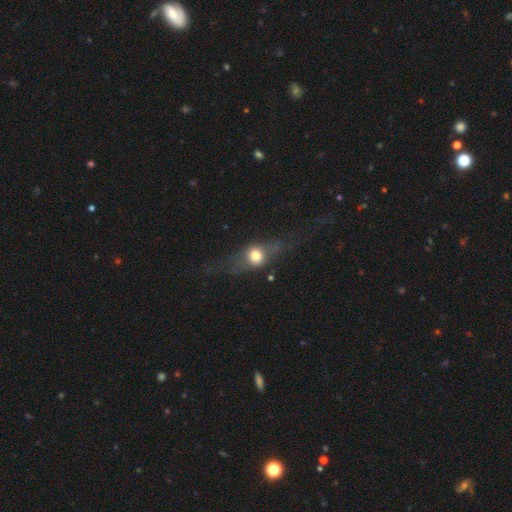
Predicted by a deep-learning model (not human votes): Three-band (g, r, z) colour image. It shows a smooth galaxy with no disk features (50%). Merging: none (56%).